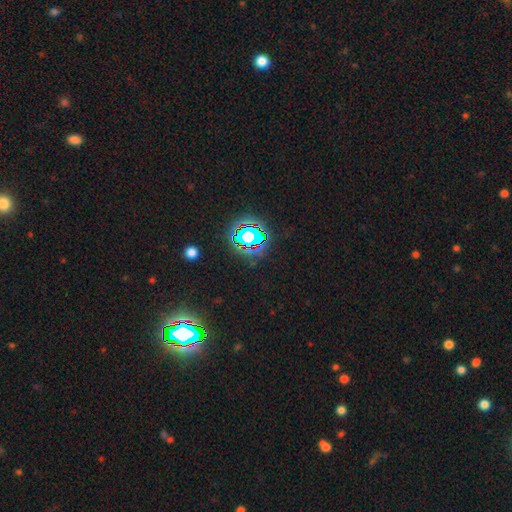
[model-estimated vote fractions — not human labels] The model was most divided on "smooth or featured": star or artifact: 84%, smooth: 9%, featured or disk: 7%.